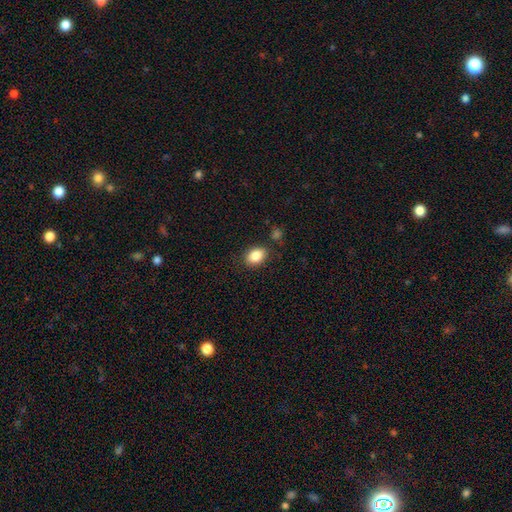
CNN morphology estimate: smooth-or-featured: smooth: 86% | star or artifact: 8% | featured or disk: 6%
  how-rounded: in between: 74% | round: 25% | cigar-shaped: 1%
  merging: none: 83% | minor disturbance: 11% | merger: 3% | major disturbance: 3%